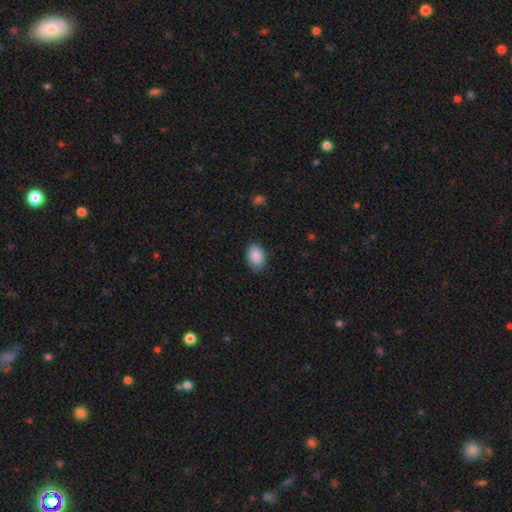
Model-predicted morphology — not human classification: A smooth galaxy with no disk features (90%) that is in between round and cigar-shaped (86%).

Vote fractions:
- Smooth or featured? smooth: 90% / star or artifact: 7% / featured or disk: 3%
- How rounded? in between: 86% / round: 13% / cigar-shaped: 1%
- Merging? none: 83% / minor disturbance: 14% / major disturbance: 3% / merger: 1%